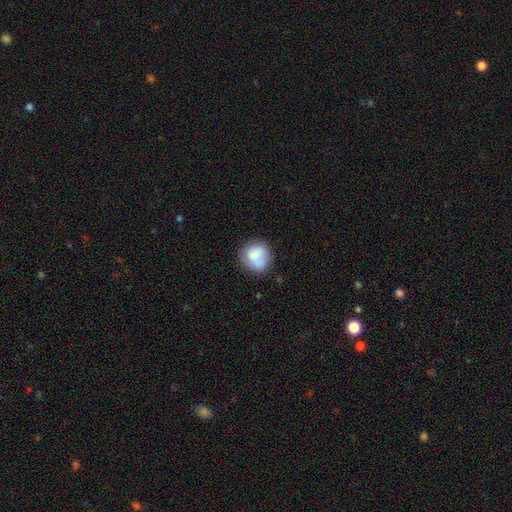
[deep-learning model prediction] The model was most divided on "merging": none: 59%, minor disturbance: 22%, merger: 12%, major disturbance: 7%. More confident: how rounded — round (82%); smooth or featured — smooth (78%).